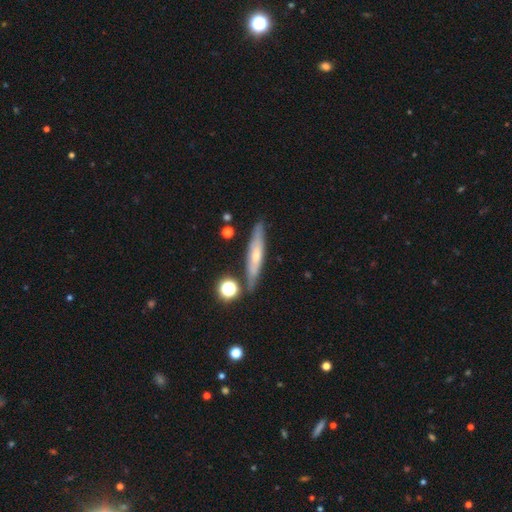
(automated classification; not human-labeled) smooth-or-featured: featured or disk: 50% | smooth: 42% | star or artifact: 8%
  disk-edge-on: yes: 81% | no: 19%
  merging: none: 81% | minor disturbance: 12% | merger: 5% | major disturbance: 3%